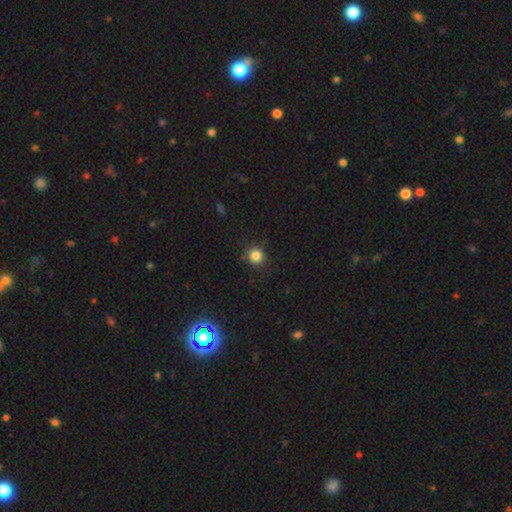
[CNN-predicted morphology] Smooth or featured? smooth (83%)
How rounded? round (90%)
Merging? none (87%)